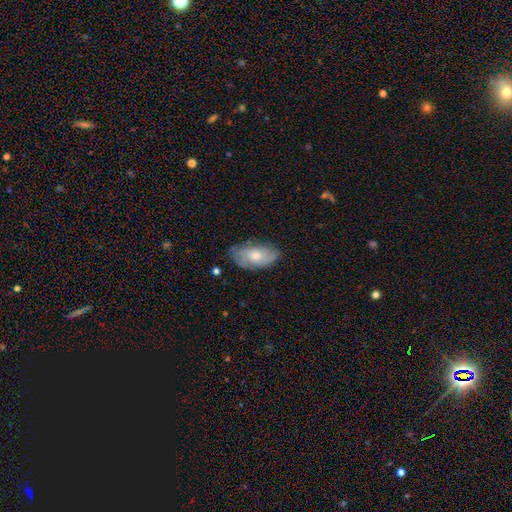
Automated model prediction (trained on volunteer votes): smooth_or_featured: smooth (p=0.57) [alt: featured or disk p=0.36]
how_rounded: in between (p=0.92) [alt: cigar-shaped p=0.04]
merging: none (p=0.63) [alt: minor disturbance p=0.28]